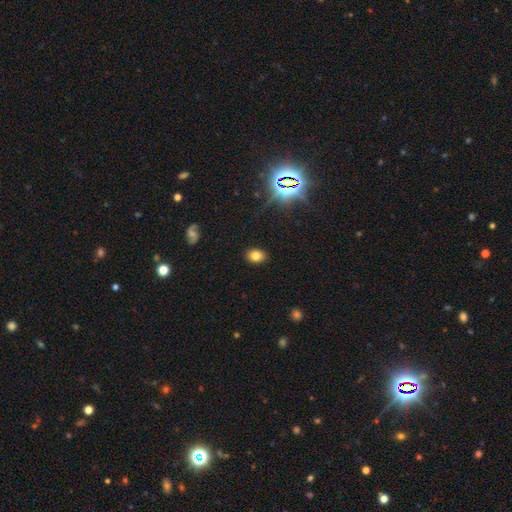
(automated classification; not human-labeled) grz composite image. It shows a smooth galaxy with no disk features (78%) that is in between round and cigar-shaped (70%). Merging: none (88%).